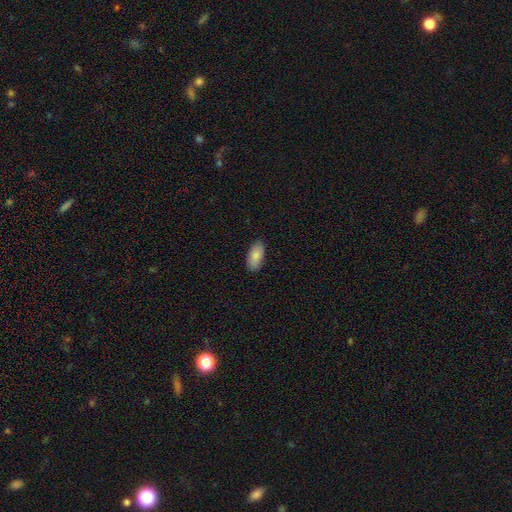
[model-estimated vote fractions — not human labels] The model was most divided on "merging": none: 88%, minor disturbance: 10%, major disturbance: 2%, merger: 1%. More confident: how rounded — in between (91%); smooth or featured — smooth (87%).